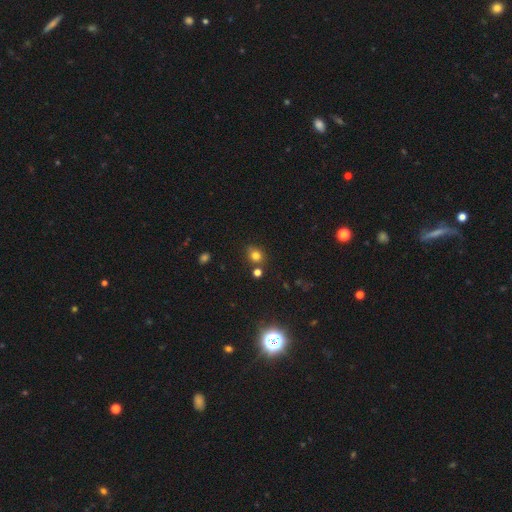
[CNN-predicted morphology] type=smooth (76%); roundness=round (77%); merging=none (74%).